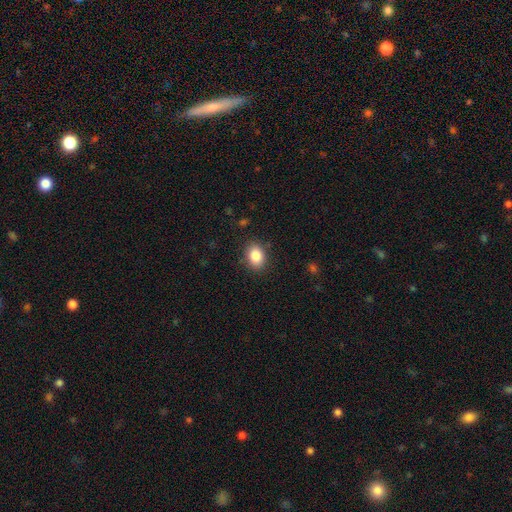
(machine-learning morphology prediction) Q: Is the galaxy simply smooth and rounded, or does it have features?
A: smooth — 85%.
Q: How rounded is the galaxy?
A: in between — 69%.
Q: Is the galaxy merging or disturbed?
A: none — 87%.